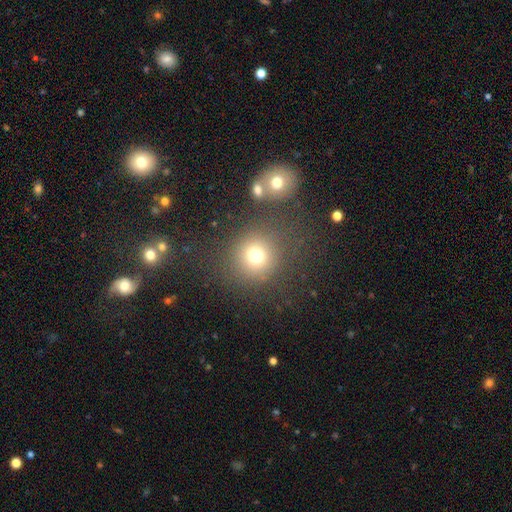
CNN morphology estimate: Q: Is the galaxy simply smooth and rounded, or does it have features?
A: smooth — 73%.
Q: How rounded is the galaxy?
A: round — 89%.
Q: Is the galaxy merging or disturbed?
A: none — 74%.